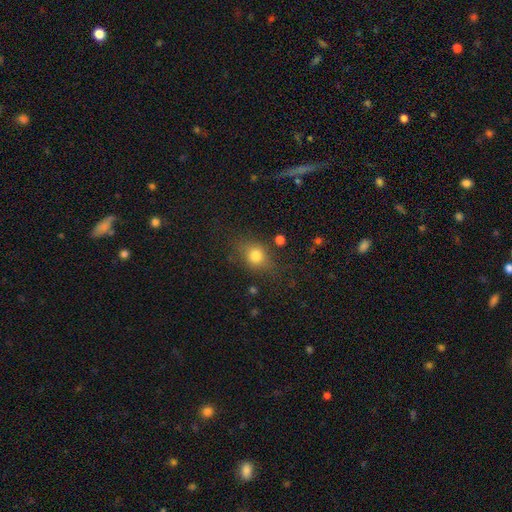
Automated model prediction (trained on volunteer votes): Smooth or featured: smooth — 76% (star or artifact — 13%)
How rounded: round — 57% (in between — 41%)
Merging: none — 71% (minor disturbance — 19%)